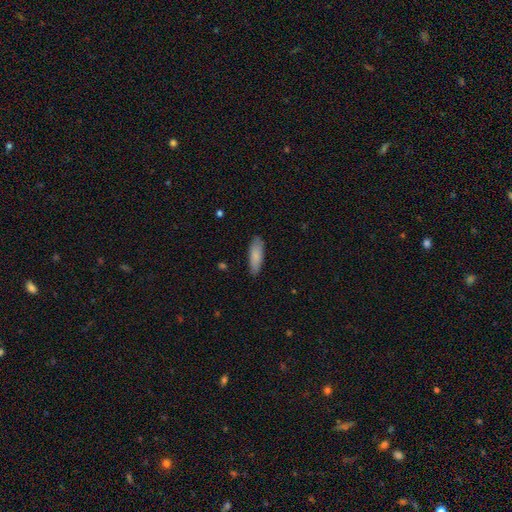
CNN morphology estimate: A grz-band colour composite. It shows a smooth galaxy with no disk features (85%) that is in between round and cigar-shaped (61%). Merging: none (85%).